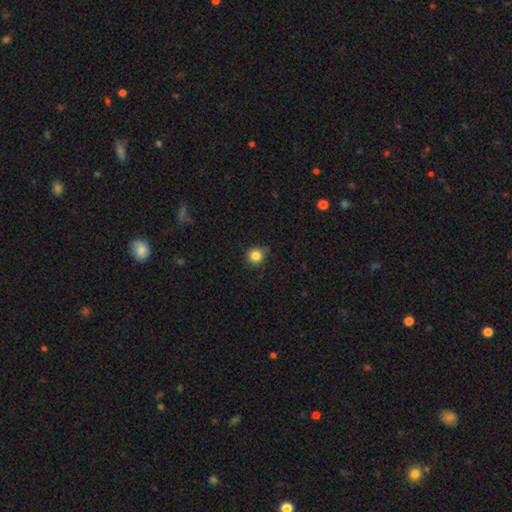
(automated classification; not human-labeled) smooth 84%, star or artifact 12%, featured or disk 5%. Down the decision tree: how rounded — round (93%); merging — none (85%).